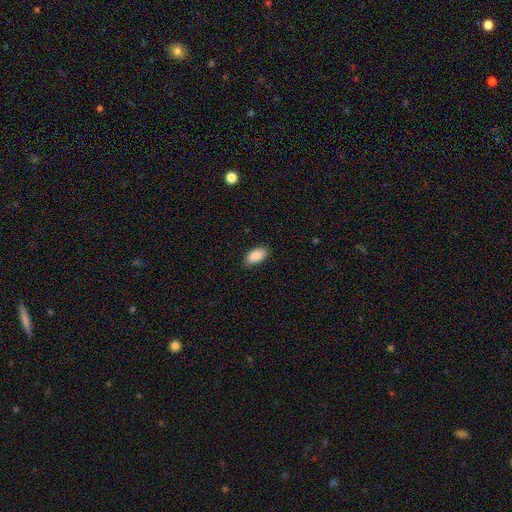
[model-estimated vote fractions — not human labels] Smooth or featured: smooth — 88% (star or artifact — 7%)
How rounded: in between — 94% (cigar-shaped — 3%)
Merging: none — 85% (minor disturbance — 11%)